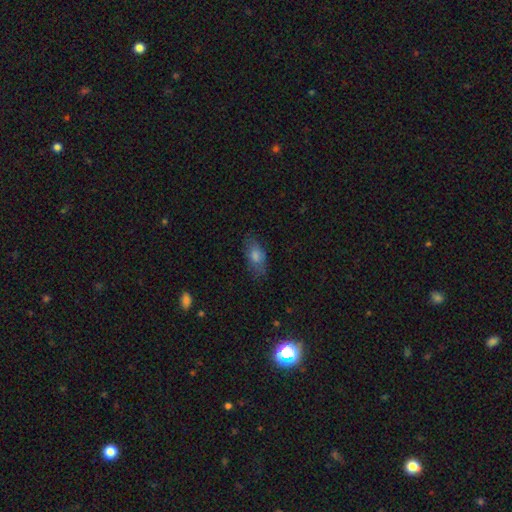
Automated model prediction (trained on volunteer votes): A smooth galaxy with no disk features (72%) that is in between round and cigar-shaped (84%).

Vote fractions:
- Smooth or featured? smooth: 72% / featured or disk: 17% / star or artifact: 11%
- How rounded? in between: 84% / cigar-shaped: 9% / round: 6%
- Merging? none: 76% / minor disturbance: 17% / major disturbance: 5% / merger: 1%